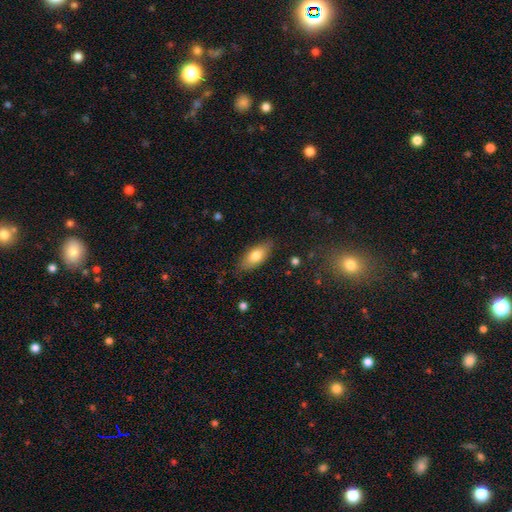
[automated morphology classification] type=smooth (75%); roundness=in between (82%); merging=none (83%).